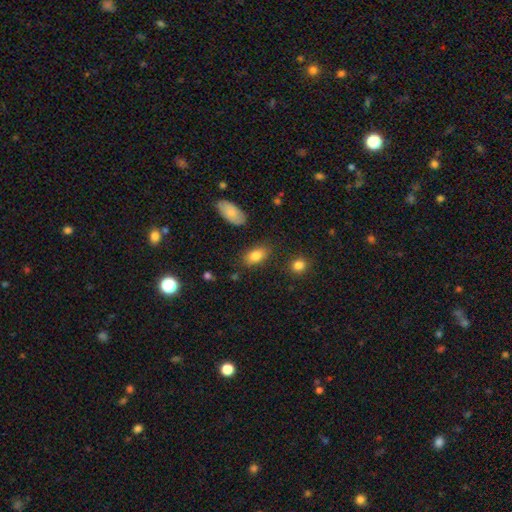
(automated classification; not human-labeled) This appears to be a smooth galaxy with no disk features (84%) that is in between round and cigar-shaped (91%). Merging: none (81%).